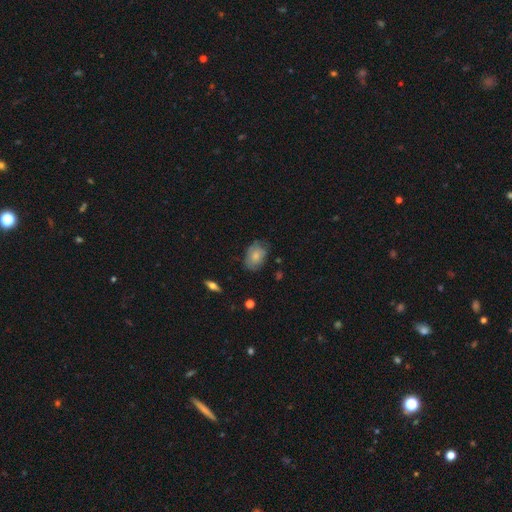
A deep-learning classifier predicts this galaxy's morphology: A smooth galaxy with no disk features (66%) that is in between round and cigar-shaped (79%). Merging: none (67%).